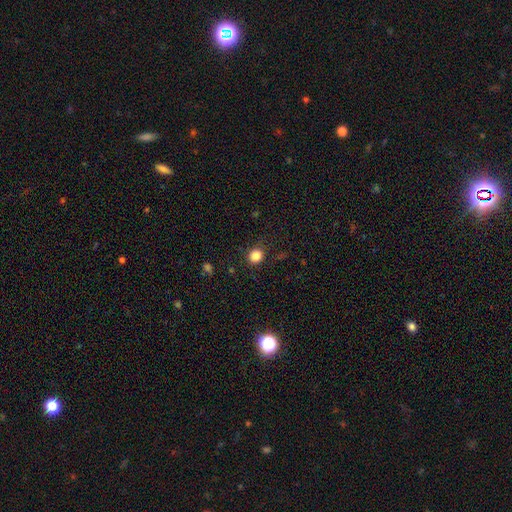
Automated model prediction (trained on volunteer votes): Smooth or featured?
  - smooth: 84% *
  - star or artifact: 12%
  - featured or disk: 4%
How rounded?
  - round: 84% *
  - in between: 15%
  - cigar-shaped: 1%
Merging?
  - none: 86% *
  - minor disturbance: 10%
  - major disturbance: 3%
  - merger: 1%